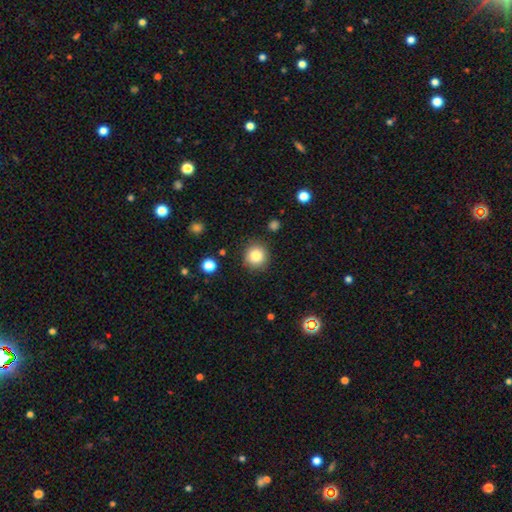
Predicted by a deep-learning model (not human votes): Overall: smooth (84%). How rounded: round (92%). Merging: none (88%).